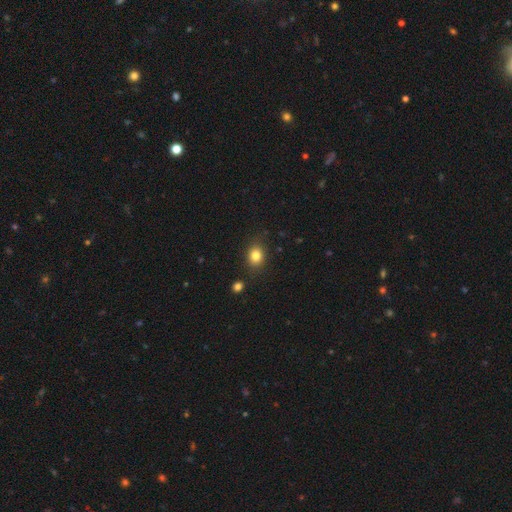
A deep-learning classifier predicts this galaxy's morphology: smooth-or-featured: smooth: 82% | star or artifact: 11% | featured or disk: 7%
  how-rounded: round: 51% | in between: 48% | cigar-shaped: 1%
  merging: none: 83% | minor disturbance: 12% | major disturbance: 3% | merger: 3%